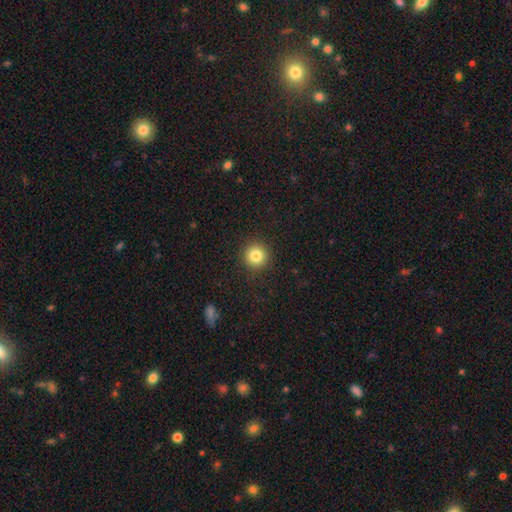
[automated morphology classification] Smooth or featured? Predicted: smooth (p=0.83). How rounded? Predicted: round (p=0.95). Merging? Predicted: none (p=0.91).